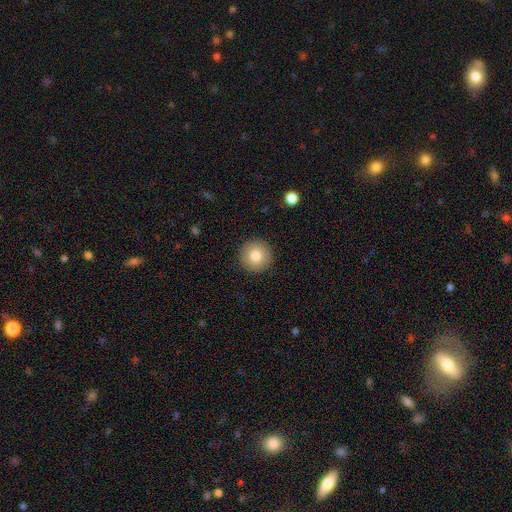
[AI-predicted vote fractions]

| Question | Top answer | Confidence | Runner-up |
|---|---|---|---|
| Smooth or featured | smooth | 80% | featured or disk (11%) |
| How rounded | round | 96% | in between (3%) |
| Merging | none | 92% | minor disturbance (5%) |